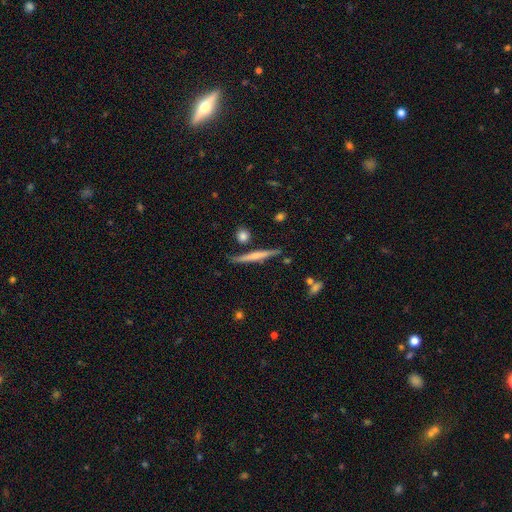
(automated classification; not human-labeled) Smooth or featured: featured or disk — 52% (smooth — 42%)
Edge-on disk: yes — 96% (no — 4%)
Edge-on bulge: none — 48% (rounded — 36%)
Merging: none — 82% (minor disturbance — 11%)